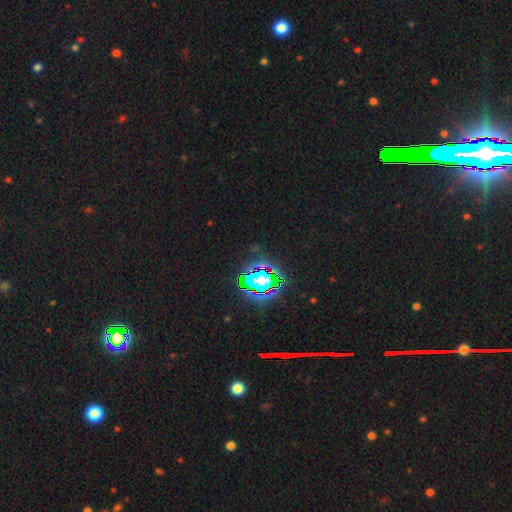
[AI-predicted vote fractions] This appears to be a star or artifact, not a galaxy (82%).